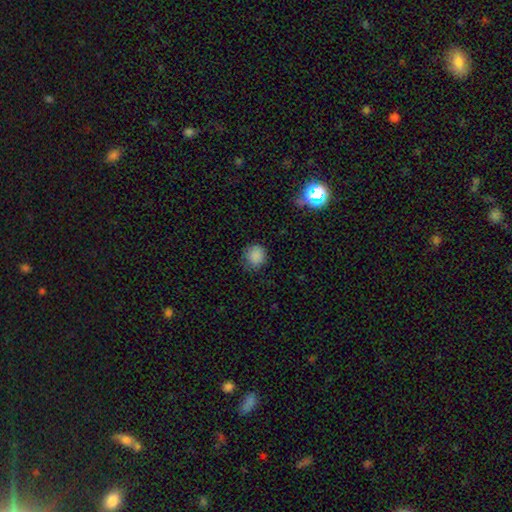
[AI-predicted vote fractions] This appears to be a smooth galaxy with no disk features (85%) that is round (84%). Merging: none (77%).